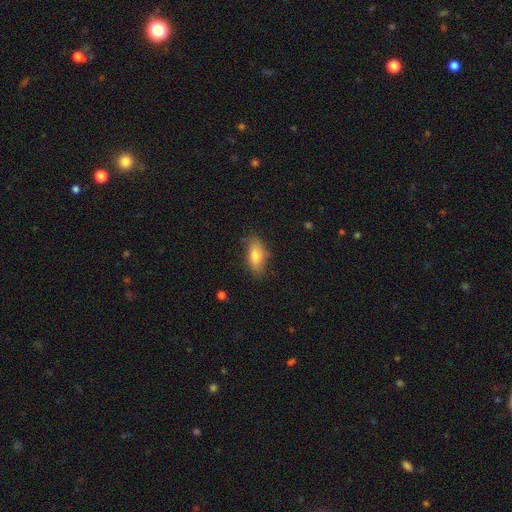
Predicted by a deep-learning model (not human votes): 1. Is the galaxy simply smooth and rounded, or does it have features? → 76% smooth, 16% featured or disk, 8% star or artifact.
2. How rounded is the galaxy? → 86% in between, 10% cigar-shaped, 5% round.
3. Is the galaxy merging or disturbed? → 73% none, 21% minor disturbance, 5% major disturbance, 2% merger.